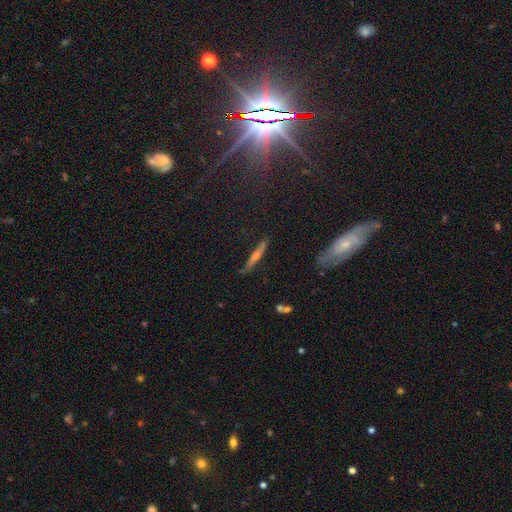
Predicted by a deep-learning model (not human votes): This is possibly a featured or disk galaxy (52%). It is clearly viewed edge-on (89%). Merging: likely none (79%).